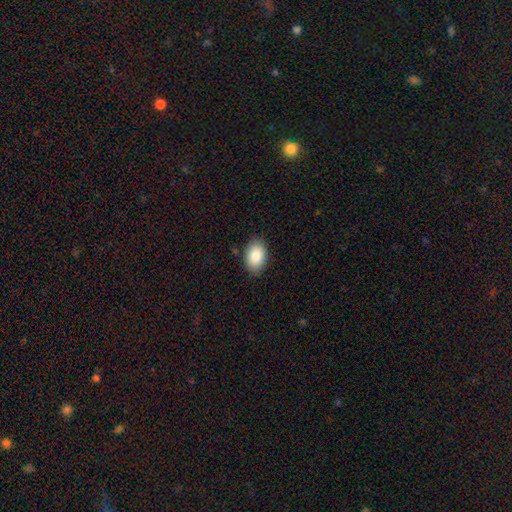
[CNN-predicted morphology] A smooth galaxy with no disk features (86%) that is in between round and cigar-shaped (88%).

Vote fractions:
- Smooth or featured? smooth: 86% / star or artifact: 7% / featured or disk: 7%
- How rounded? in between: 88% / round: 11% / cigar-shaped: 1%
- Merging? none: 86% / minor disturbance: 10% / major disturbance: 2% / merger: 1%